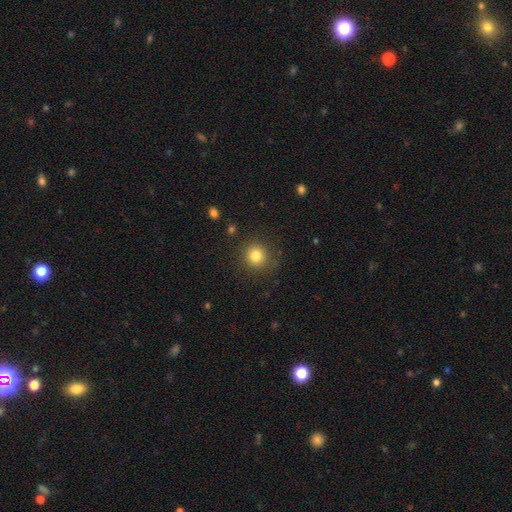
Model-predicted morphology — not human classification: type=smooth (81%); roundness=round (93%); merging=none (87%).